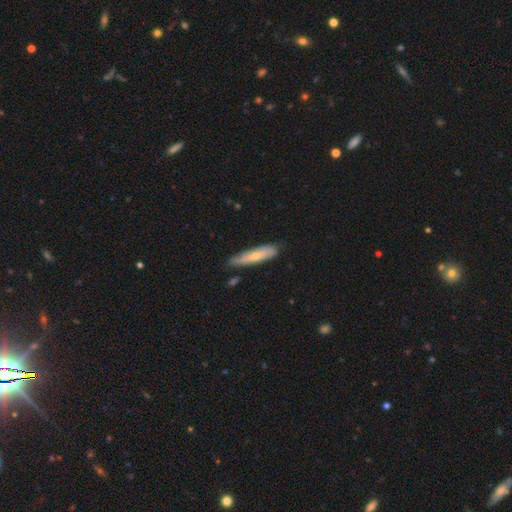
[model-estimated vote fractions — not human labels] Smooth or featured: smooth — 58% (featured or disk — 36%)
How rounded: cigar-shaped — 80% (in between — 19%)
Merging: none — 70% (minor disturbance — 24%)